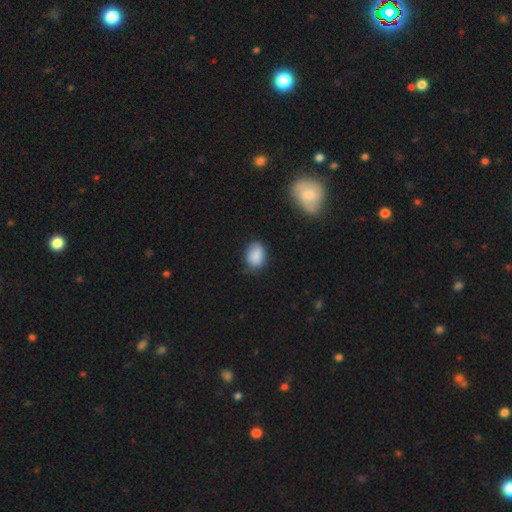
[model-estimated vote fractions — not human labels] Smooth or featured? smooth (87%)
How rounded? in between (74%)
Merging? none (71%)